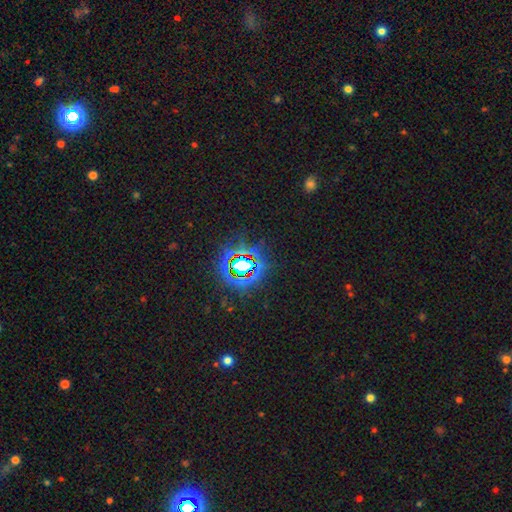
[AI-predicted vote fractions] smooth-or-featured: star or artifact: 76% | smooth: 15% | featured or disk: 9%